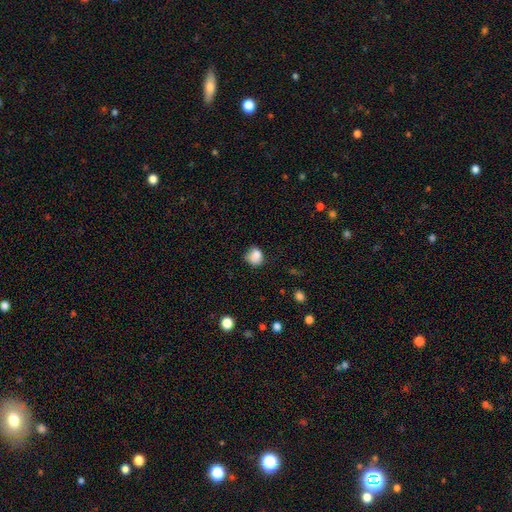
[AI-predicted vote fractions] Smooth or featured?
  - smooth: 85% *
  - star or artifact: 10%
  - featured or disk: 5%
How rounded?
  - round: 69% *
  - in between: 31%
  - cigar-shaped: 1%
Merging?
  - none: 60% *
  - minor disturbance: 30%
  - major disturbance: 7%
  - merger: 3%